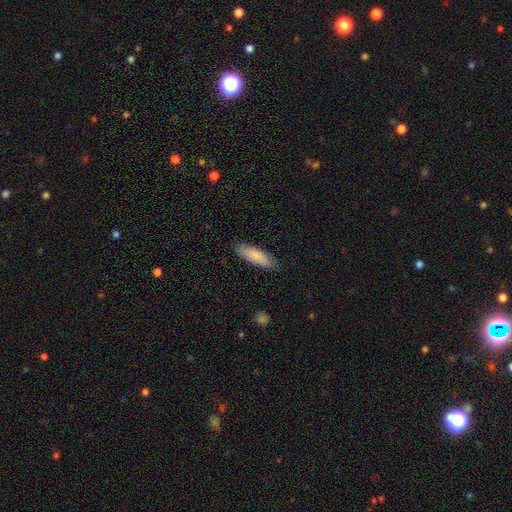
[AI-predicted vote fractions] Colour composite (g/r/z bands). It shows a smooth galaxy with no disk features (85%) that is cigar-shaped (52%). Merging: none (85%).